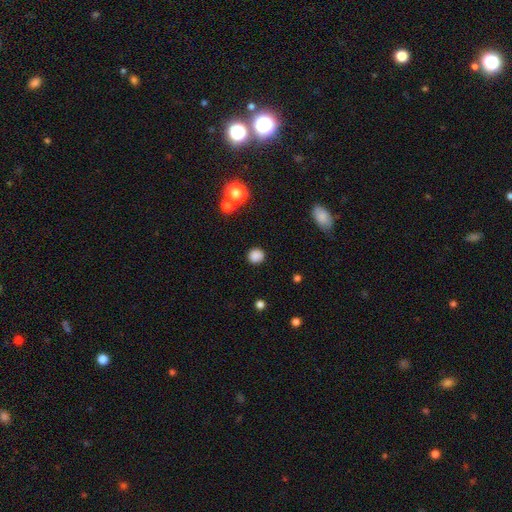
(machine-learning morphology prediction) smooth_or_featured: smooth (p=0.84) [alt: star or artifact p=0.12]
how_rounded: round (p=0.89) [alt: in between p=0.10]
merging: none (p=0.88) [alt: minor disturbance p=0.07]